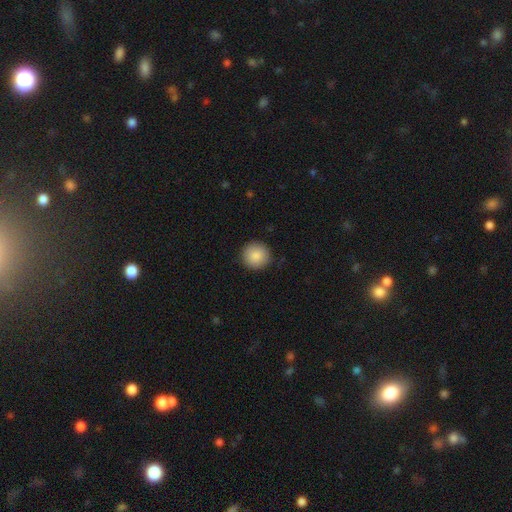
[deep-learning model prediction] This is clearly a smooth galaxy (88%). How rounded: clearly round (95%). Merging: clearly none (91%).